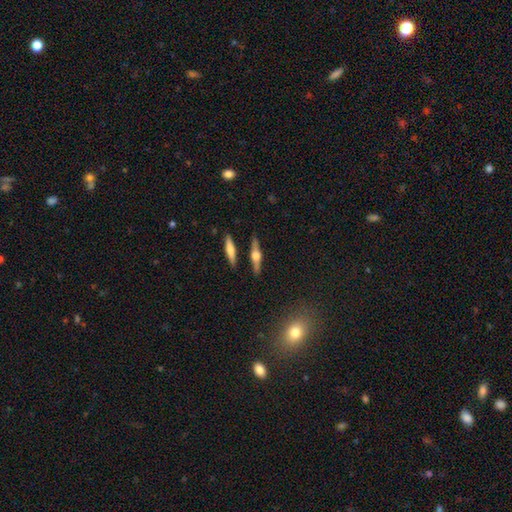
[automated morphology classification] Smooth or featured?
  - featured or disk: 69% *
  - smooth: 24%
  - star or artifact: 7%
Edge-on disk?
  - yes: 96% *
  - no: 4%
Edge-on bulge?
  - rounded: 93% *
  - boxy: 5%
  - none: 2%
Merging?
  - none: 83% *
  - minor disturbance: 9%
  - merger: 6%
  - major disturbance: 2%